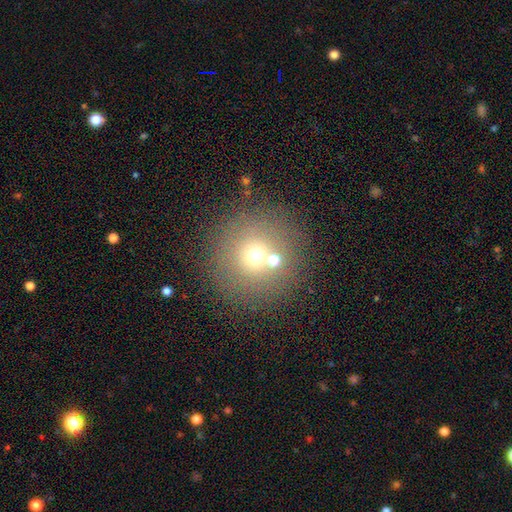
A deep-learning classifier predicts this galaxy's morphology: type=smooth (64%); roundness=round (94%); merging=none (72%).